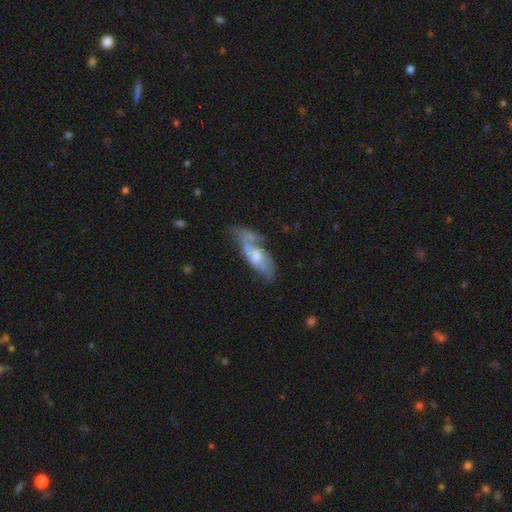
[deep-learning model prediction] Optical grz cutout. It shows a featured or disk galaxy (64%). Merging: none (40%).